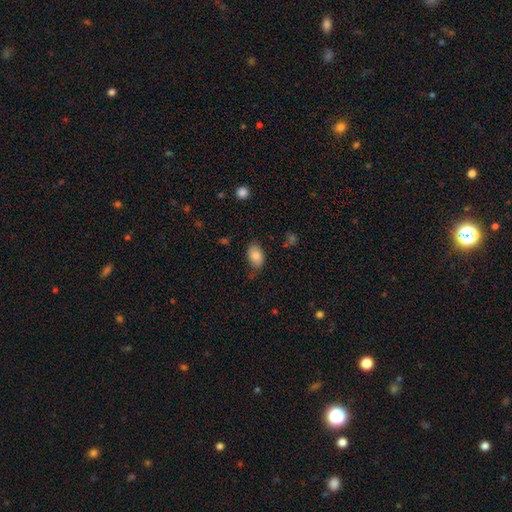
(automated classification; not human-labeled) Smooth or featured?
  - smooth: 80% *
  - featured or disk: 12%
  - star or artifact: 8%
How rounded?
  - in between: 86% *
  - round: 13%
  - cigar-shaped: 1%
Merging?
  - none: 73% *
  - minor disturbance: 21%
  - major disturbance: 5%
  - merger: 2%